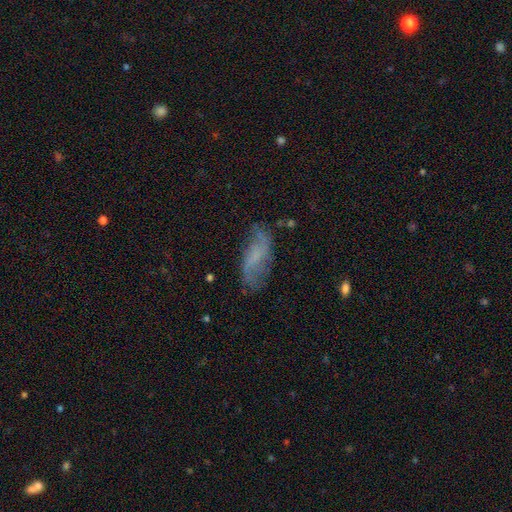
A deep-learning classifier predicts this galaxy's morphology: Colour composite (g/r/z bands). It shows a featured or disk galaxy (51%). Merging: none (63%).